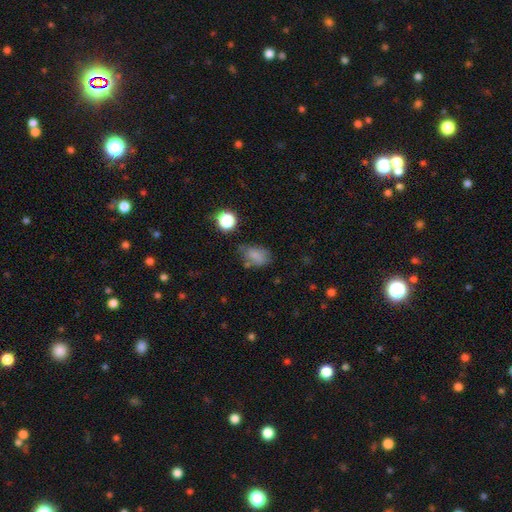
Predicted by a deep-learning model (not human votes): Q: Smooth or featured?
A: smooth (75%); runner-up: star or artifact (15%)
Q: How rounded?
A: in between (76%); runner-up: round (22%)
Q: Merging?
A: none (52%); runner-up: minor disturbance (29%)